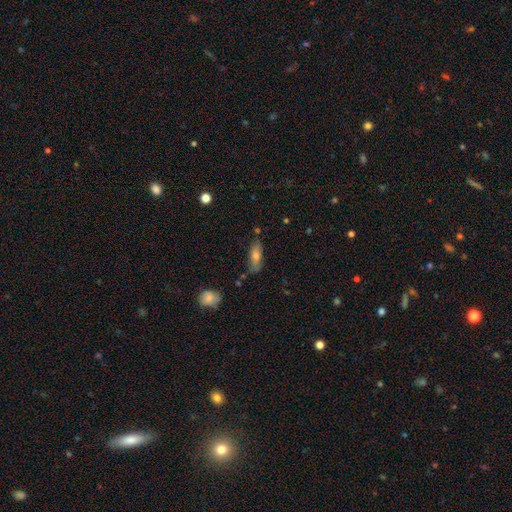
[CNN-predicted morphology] A smooth galaxy with no disk features (60%) that is in between round and cigar-shaped (55%).

Vote fractions:
- Smooth or featured? smooth: 60% / featured or disk: 31% / star or artifact: 10%
- How rounded? in between: 55% / cigar-shaped: 41% / round: 4%
- Merging? none: 70% / minor disturbance: 21% / major disturbance: 5% / merger: 4%